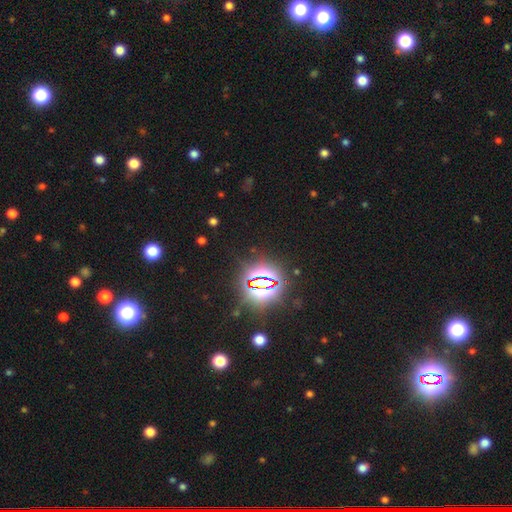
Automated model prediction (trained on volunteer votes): This appears to be a star or artifact, not a galaxy (80%).